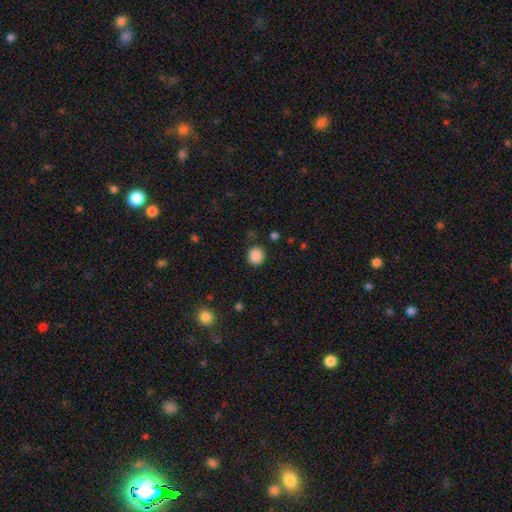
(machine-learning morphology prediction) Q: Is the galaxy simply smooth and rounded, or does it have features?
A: smooth — 87%.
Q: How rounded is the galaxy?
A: round — 81%.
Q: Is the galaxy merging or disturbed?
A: none — 86%.